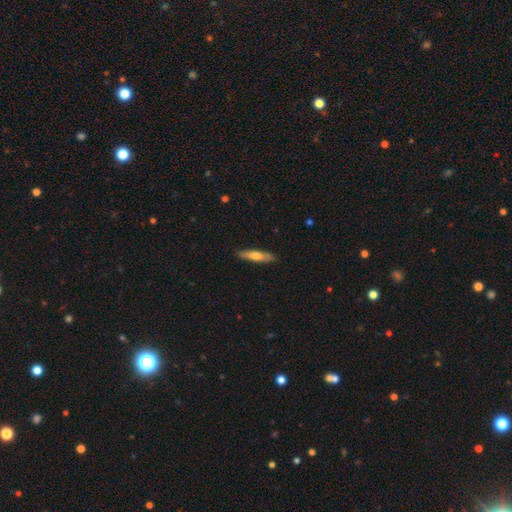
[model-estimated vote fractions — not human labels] Q: Smooth or featured?
A: smooth (62%); runner-up: featured or disk (32%)
Q: How rounded?
A: cigar-shaped (85%); runner-up: in between (13%)
Q: Merging?
A: none (89%); runner-up: minor disturbance (8%)